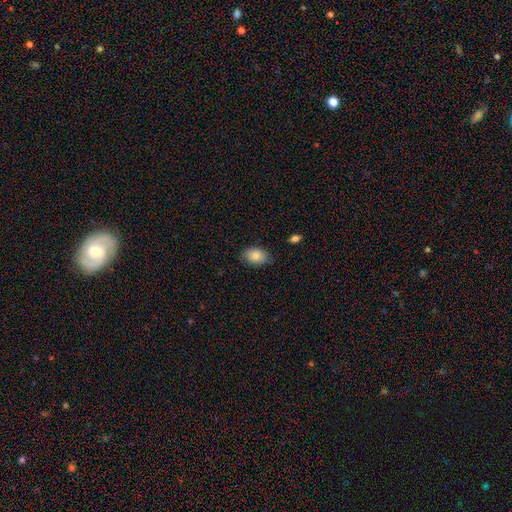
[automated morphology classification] This appears to be a smooth galaxy with no disk features (84%) that is in between round and cigar-shaped (84%). Merging: none (84%).